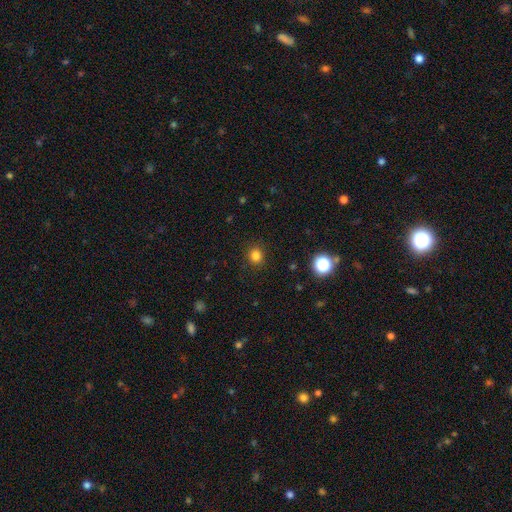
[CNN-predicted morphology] Smooth or featured? smooth (82%)
How rounded? round (89%)
Merging? none (91%)